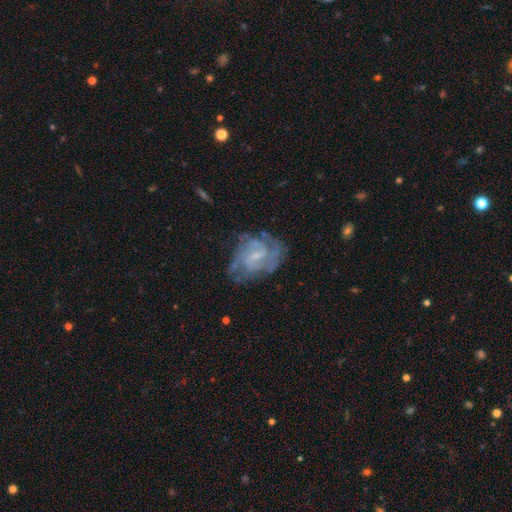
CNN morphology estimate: Overall: featured or disk (80%). Edge-on disk: no (97%). Bar: weak (56%; no 28%). Spiral arms: yes (88%). Spiral arm count: can't tell (34%; 2 31%). Spiral winding: tight (45%; medium 43%). Bulge size: small (51%; none 24%). Merging: none (60%; minor disturbance 22%).